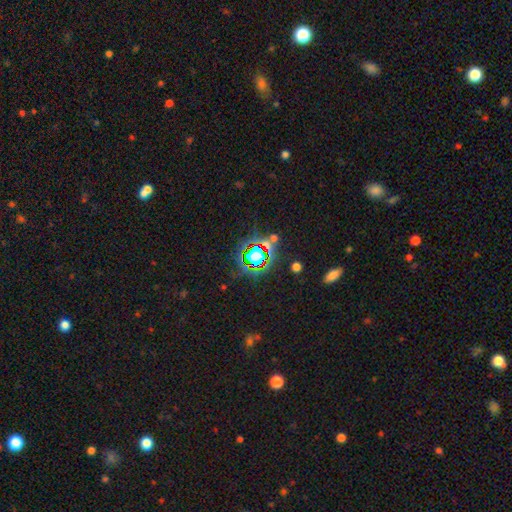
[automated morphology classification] Q: Smooth or featured?
A: star or artifact (64%); runner-up: smooth (23%)